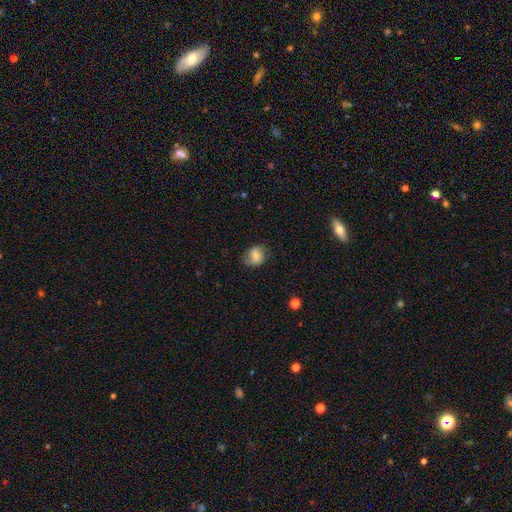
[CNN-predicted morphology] Smooth or featured: smooth — 58% (featured or disk — 33%)
How rounded: round — 62% (in between — 37%)
Merging: none — 71% (minor disturbance — 21%)